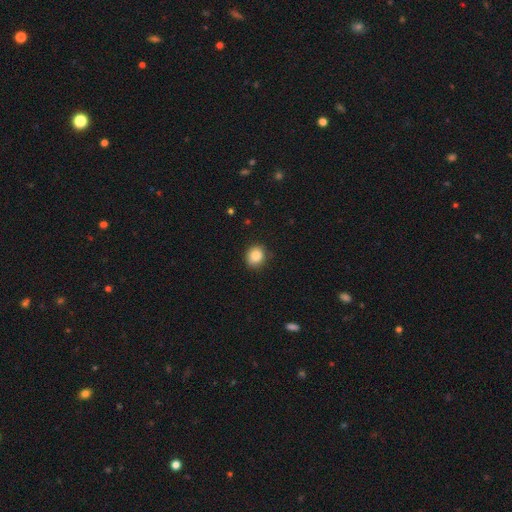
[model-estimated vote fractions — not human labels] Overall: smooth (86%). How rounded: round (75%). Merging: none (86%).